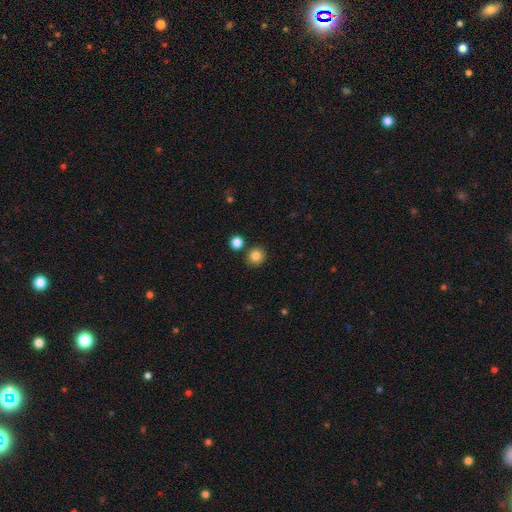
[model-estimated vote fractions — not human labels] Smooth or featured: smooth — 83% (star or artifact — 11%)
How rounded: round — 85% (in between — 14%)
Merging: none — 83% (minor disturbance — 8%)